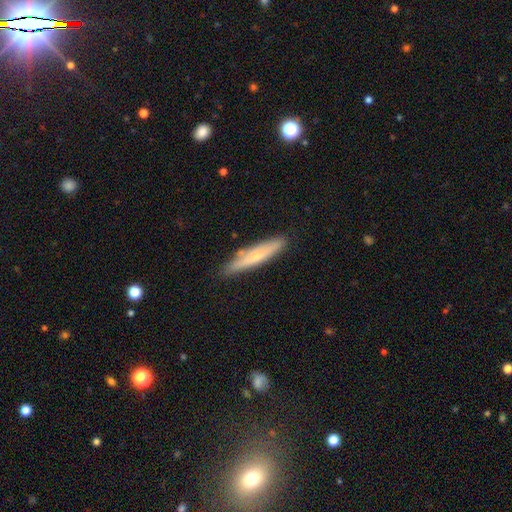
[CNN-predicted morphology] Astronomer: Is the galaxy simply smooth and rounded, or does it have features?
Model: smooth — 53% (runner-up: featured or disk, 40%).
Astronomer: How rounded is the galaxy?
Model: cigar-shaped — 85%.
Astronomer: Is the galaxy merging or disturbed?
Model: none — 81%.